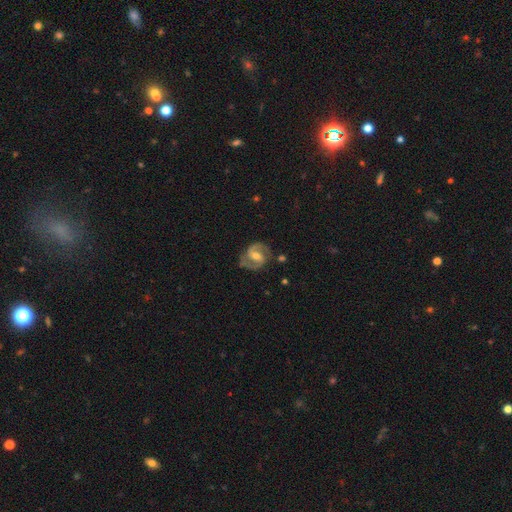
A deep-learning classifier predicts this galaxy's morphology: featured or disk 90%, smooth 6%, star or artifact 5%. Down the decision tree: edge-on disk — no (98%); bar — weak (46%); spiral arms — yes (97%); spiral arm count — 2 (93%); spiral winding — medium (60%); bulge size — moderate (61%); merging — none (80%).